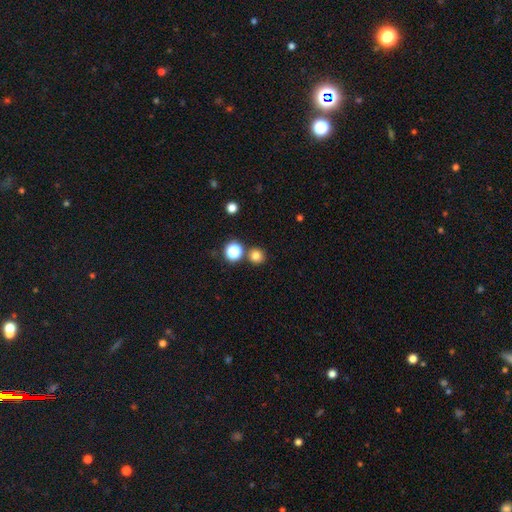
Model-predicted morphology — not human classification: type=smooth (78%); roundness=round (92%); merging=none (81%).